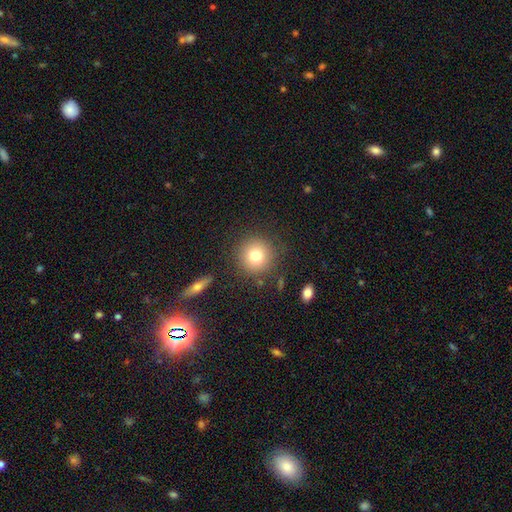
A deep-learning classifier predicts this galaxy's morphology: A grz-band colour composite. It shows a smooth galaxy with no disk features (76%) that is round (94%). Merging: none (86%).